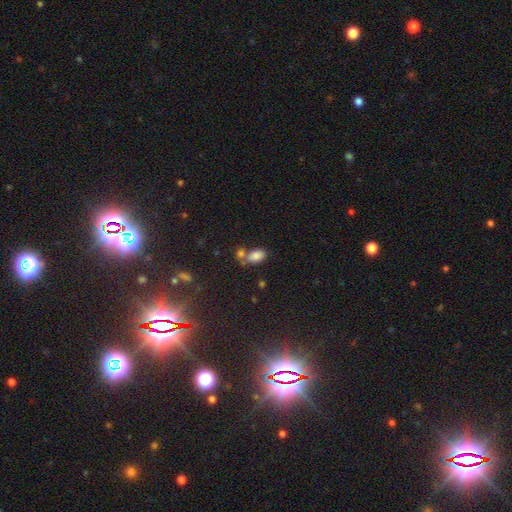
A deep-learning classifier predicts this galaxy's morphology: A smooth galaxy with no disk features (82%) that is in between round and cigar-shaped (90%). Merging: none (47%).